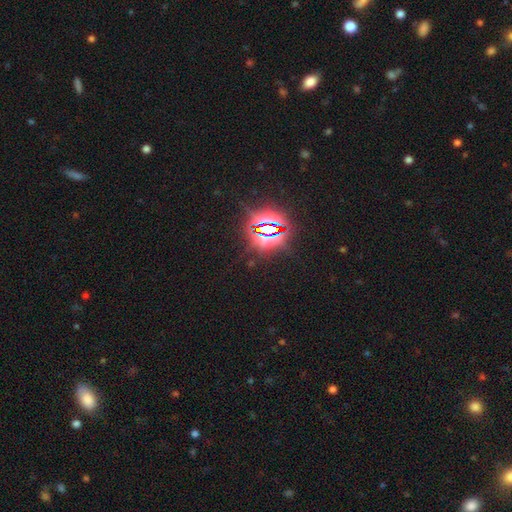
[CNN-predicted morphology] Q: Smooth or featured?
A: star or artifact (84%); runner-up: smooth (10%)